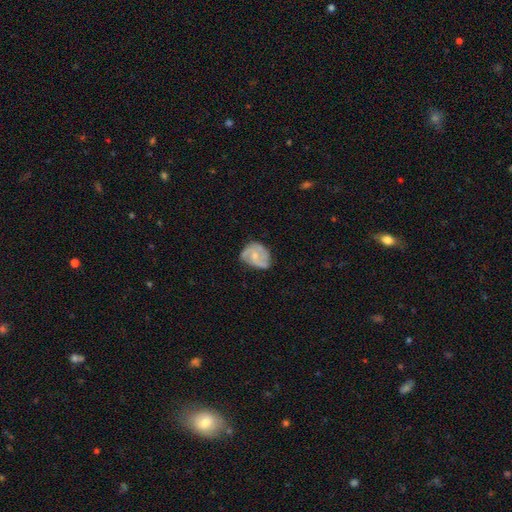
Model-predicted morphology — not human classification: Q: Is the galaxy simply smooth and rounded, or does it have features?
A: featured or disk — 69%.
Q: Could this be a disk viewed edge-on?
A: no — 98%.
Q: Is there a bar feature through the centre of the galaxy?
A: no — 69%.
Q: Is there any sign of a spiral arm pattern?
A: yes — 87%.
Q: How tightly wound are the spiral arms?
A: medium — 46%.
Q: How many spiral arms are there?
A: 2 — 46%.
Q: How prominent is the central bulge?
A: small — 54%.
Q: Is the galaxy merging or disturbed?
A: none — 52%.